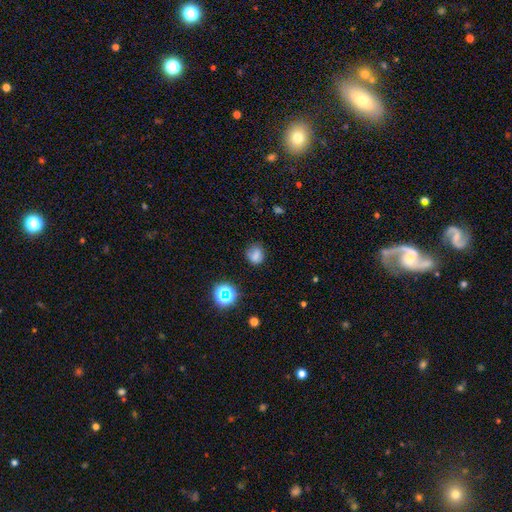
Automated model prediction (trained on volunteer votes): This is likely a smooth galaxy (72%). How rounded: likely round (67%). Merging: likely none (69%).